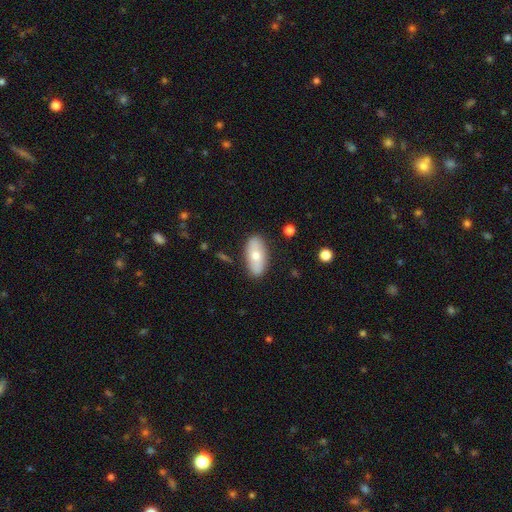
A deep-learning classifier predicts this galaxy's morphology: Q: Smooth or featured?
A: smooth (63%); runner-up: featured or disk (31%)
Q: How rounded?
A: in between (89%); runner-up: cigar-shaped (8%)
Q: Merging?
A: none (85%); runner-up: minor disturbance (10%)